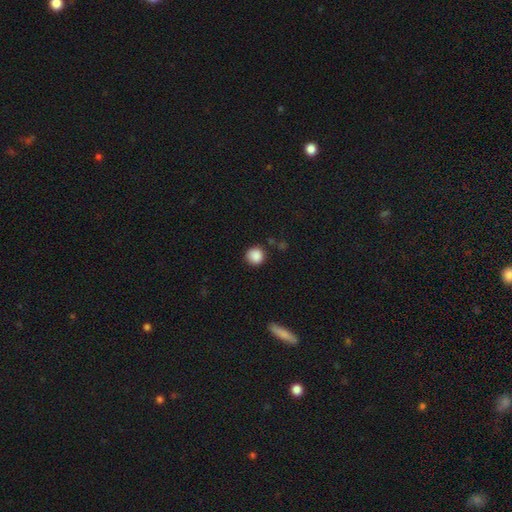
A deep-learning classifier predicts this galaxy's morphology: smooth 88%, star or artifact 9%, featured or disk 3%. Down the decision tree: how rounded — round (93%); merging — none (86%).